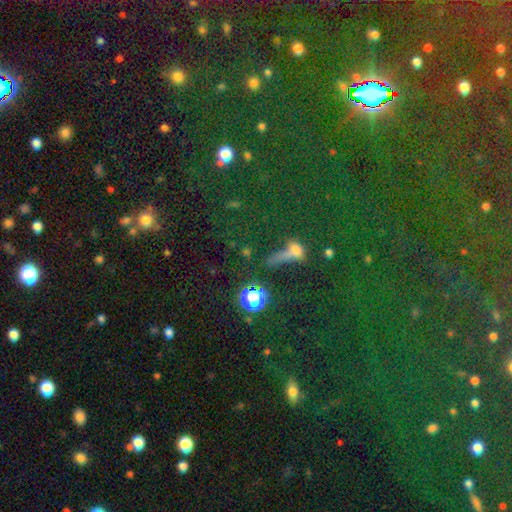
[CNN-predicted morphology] This appears to be a star or artifact, not a galaxy (75%).